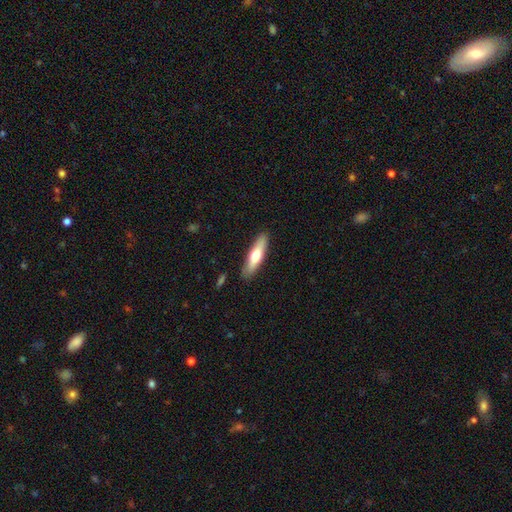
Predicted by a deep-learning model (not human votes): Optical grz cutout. It shows a smooth galaxy with no disk features (61%) that is cigar-shaped (72%). Merging: none (88%).